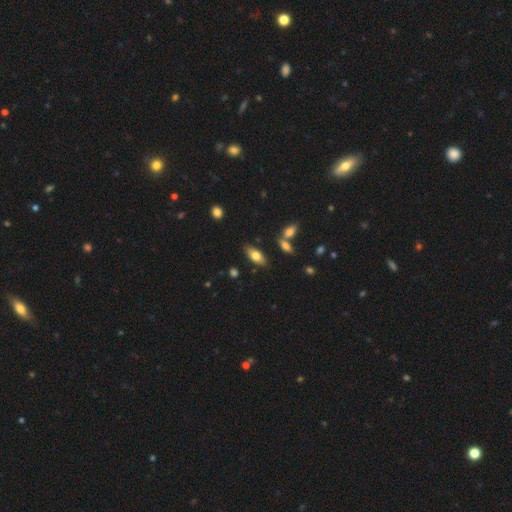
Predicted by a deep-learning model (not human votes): The model was most divided on "smooth or featured": smooth: 71%, featured or disk: 22%, star or artifact: 7%. More confident: how rounded — in between (83%); merging — none (80%).